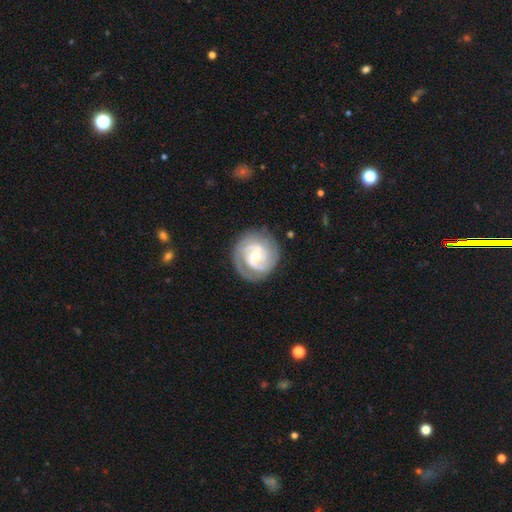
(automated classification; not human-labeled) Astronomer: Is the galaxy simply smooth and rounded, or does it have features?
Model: featured or disk — 84%.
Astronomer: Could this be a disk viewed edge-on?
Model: no — 98%.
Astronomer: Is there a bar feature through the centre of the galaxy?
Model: weak — 44% (runner-up: no, 42%).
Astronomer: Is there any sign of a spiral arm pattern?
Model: yes — 95%.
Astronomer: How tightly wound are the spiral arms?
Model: tight — 59%.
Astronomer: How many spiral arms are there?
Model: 2 — 56%.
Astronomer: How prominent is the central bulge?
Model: moderate — 54% (runner-up: small, 41%).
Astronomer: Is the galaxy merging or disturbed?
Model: none — 80%.